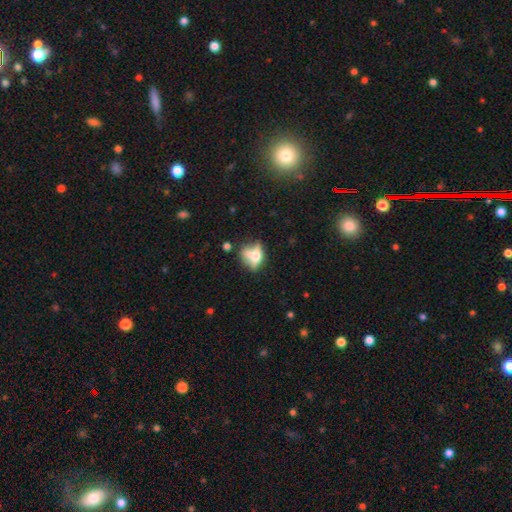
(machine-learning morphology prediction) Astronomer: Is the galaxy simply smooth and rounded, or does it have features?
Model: smooth — 48% (runner-up: featured or disk, 40%).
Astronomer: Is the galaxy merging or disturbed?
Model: none — 37% (runner-up: merger, 29%).